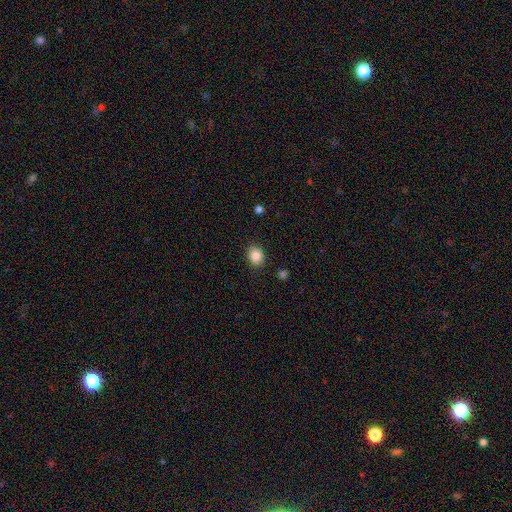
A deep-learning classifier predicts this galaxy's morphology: A smooth galaxy with no disk features (86%) that is round (55%). Merging: none (88%).